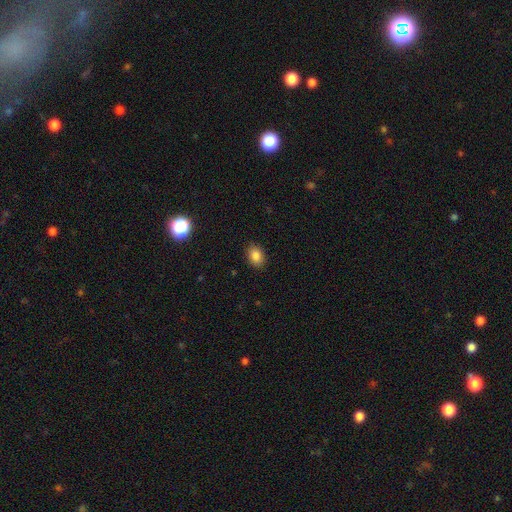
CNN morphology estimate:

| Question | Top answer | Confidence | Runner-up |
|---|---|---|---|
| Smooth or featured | smooth | 85% | star or artifact (10%) |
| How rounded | in between | 79% | round (20%) |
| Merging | none | 88% | minor disturbance (9%) |